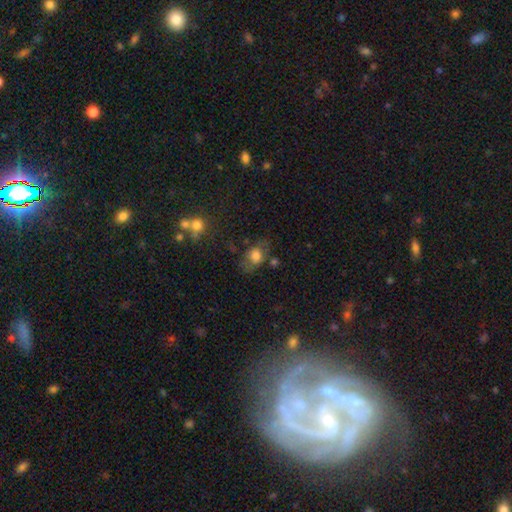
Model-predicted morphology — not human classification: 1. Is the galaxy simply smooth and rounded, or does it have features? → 67% smooth, 22% featured or disk, 11% star or artifact.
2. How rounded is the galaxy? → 72% in between, 26% round, 2% cigar-shaped.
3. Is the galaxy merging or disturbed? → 58% none, 23% minor disturbance, 13% major disturbance, 7% merger.